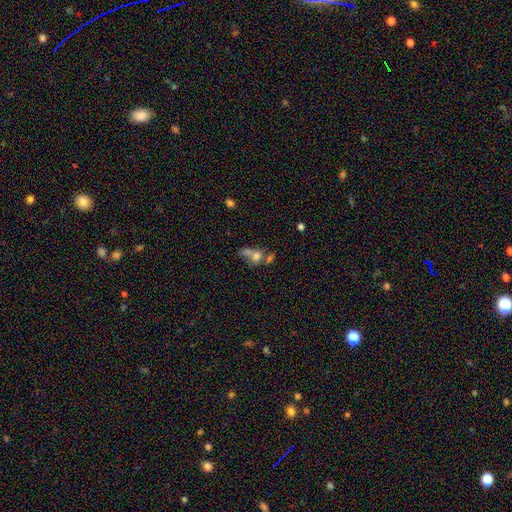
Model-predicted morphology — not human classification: Smooth or featured: smooth — 59% (featured or disk — 25%)
How rounded: in between — 56% (round — 40%)
Merging: merger — 54% (none — 22%)